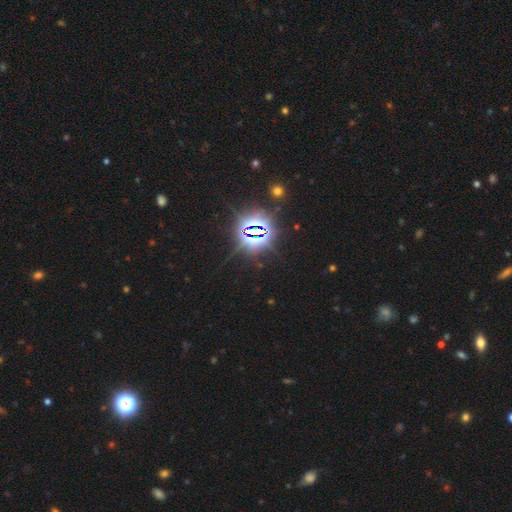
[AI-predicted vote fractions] smooth_or_featured: star or artifact (p=0.81) [alt: smooth p=0.12]